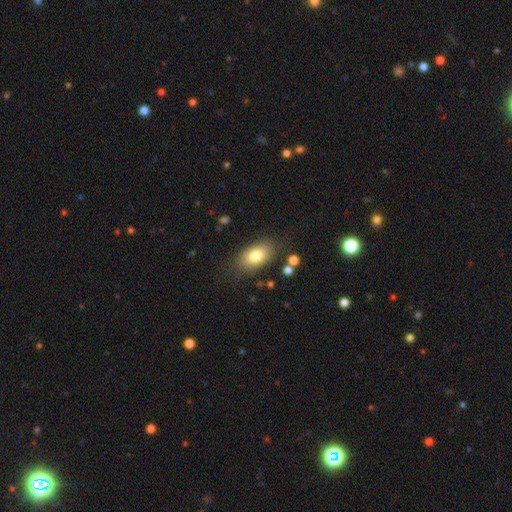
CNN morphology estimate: A smooth galaxy with no disk features (79%) that is in between round and cigar-shaped (89%).

Vote fractions:
- Smooth or featured? smooth: 79% / featured or disk: 12% / star or artifact: 8%
- How rounded? in between: 89% / round: 9% / cigar-shaped: 2%
- Merging? none: 79% / minor disturbance: 14% / major disturbance: 5% / merger: 3%